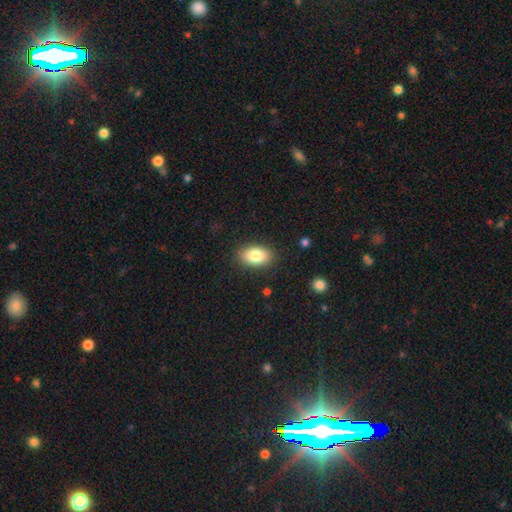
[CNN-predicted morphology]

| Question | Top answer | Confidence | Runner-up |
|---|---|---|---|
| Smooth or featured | smooth | 83% | featured or disk (9%) |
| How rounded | in between | 89% | round (9%) |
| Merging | none | 87% | minor disturbance (10%) |